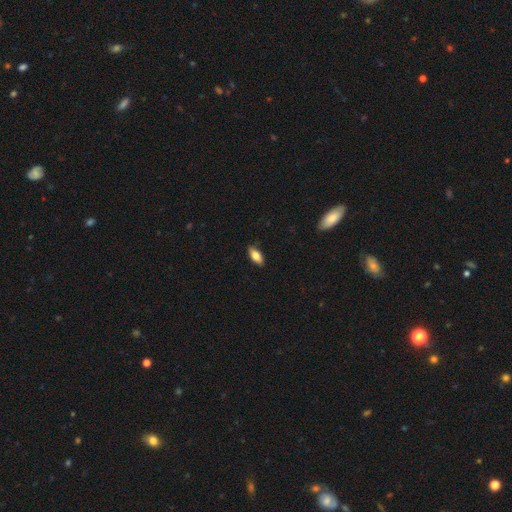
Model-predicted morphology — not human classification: Q: Smooth or featured?
A: smooth (77%); runner-up: featured or disk (16%)
Q: How rounded?
A: in between (85%); runner-up: cigar-shaped (13%)
Q: Merging?
A: none (88%); runner-up: minor disturbance (9%)